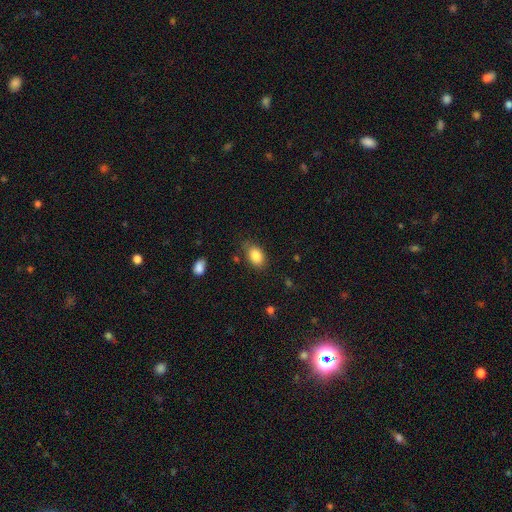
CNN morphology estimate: smooth_or_featured: smooth (p=0.86) [alt: star or artifact p=0.08]
how_rounded: in between (p=0.86) [alt: round p=0.12]
merging: none (p=0.75) [alt: minor disturbance p=0.19]